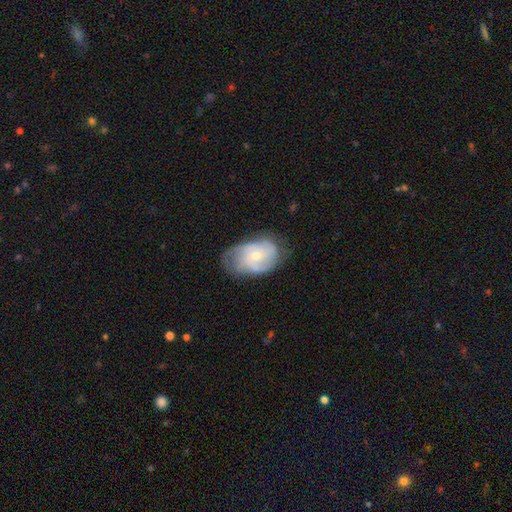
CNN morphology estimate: A featured or disk galaxy (69%) with no bar (76%), tight (45%) spiral arms (87%) and a small central bulge (51%).

Vote fractions:
- Smooth or featured? featured or disk: 69% / smooth: 25% / star or artifact: 6%
- Edge-on disk? no: 97% / yes: 3%
- Bar? no: 76% / weak: 21% / strong: 3%
- Spiral arms? yes: 87% / no: 13%
- Spiral winding? tight: 45% / medium: 40% / loose: 15%
- Spiral arm count? can't tell: 33% / 3: 27% / 2: 25% / 4: 7% / 1: 4% / more than 4: 3%
- Bulge size? small: 51% / moderate: 46% / large: 2% / none: 1% / dominant: 1%
- Merging? none: 55% / minor disturbance: 31% / major disturbance: 13% / merger: 2%